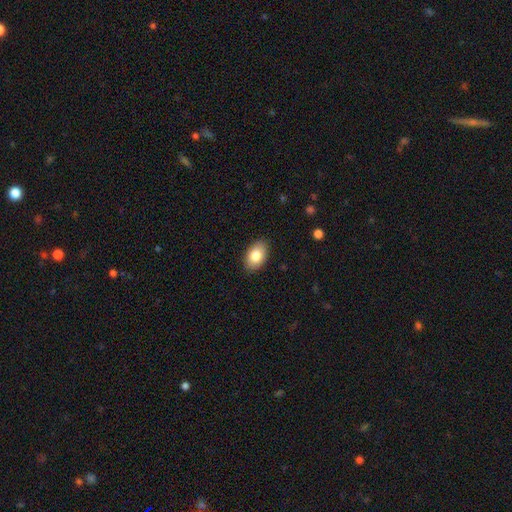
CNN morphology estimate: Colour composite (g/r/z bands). It shows a smooth galaxy with no disk features (82%) that is in between round and cigar-shaped (90%). Merging: none (88%).